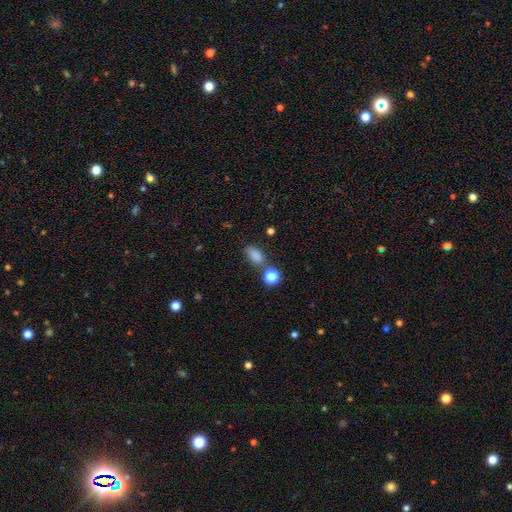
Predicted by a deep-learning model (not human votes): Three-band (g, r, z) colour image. It shows a smooth galaxy with no disk features (82%) that is in between round and cigar-shaped (83%). Merging: none (61%).